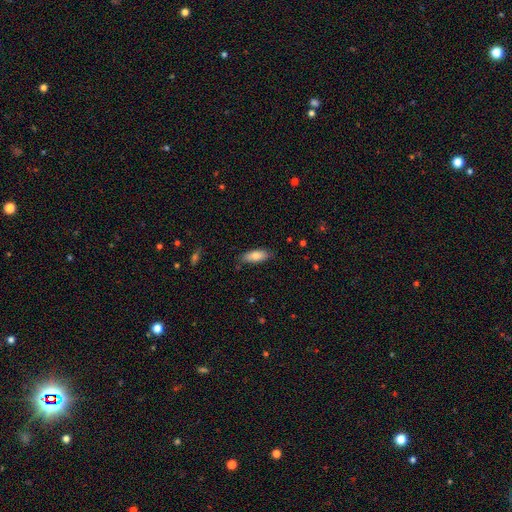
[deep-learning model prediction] smooth-or-featured: smooth: 77% | featured or disk: 16% | star or artifact: 7%
  how-rounded: in between: 75% | cigar-shaped: 23% | round: 2%
  merging: none: 81% | minor disturbance: 15% | major disturbance: 2% | merger: 1%